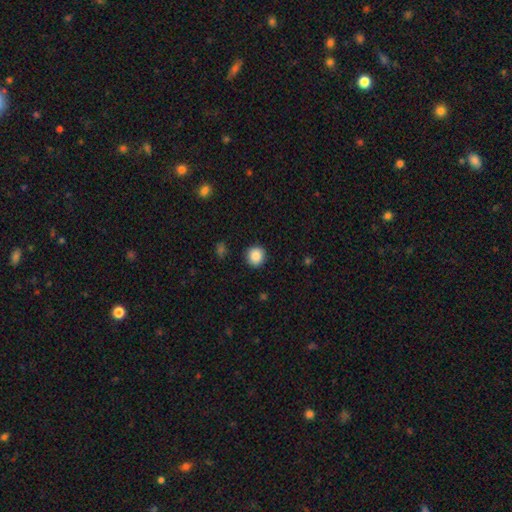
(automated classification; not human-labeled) This is clearly a smooth galaxy (88%). How rounded: clearly round (91%). Merging: clearly none (91%).